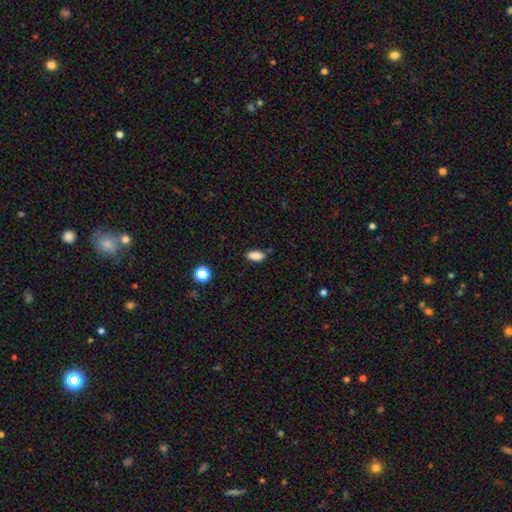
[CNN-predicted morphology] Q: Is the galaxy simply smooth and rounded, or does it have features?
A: smooth — 86%.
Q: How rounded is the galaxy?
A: in between — 90%.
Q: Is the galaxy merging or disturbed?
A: none — 80%.